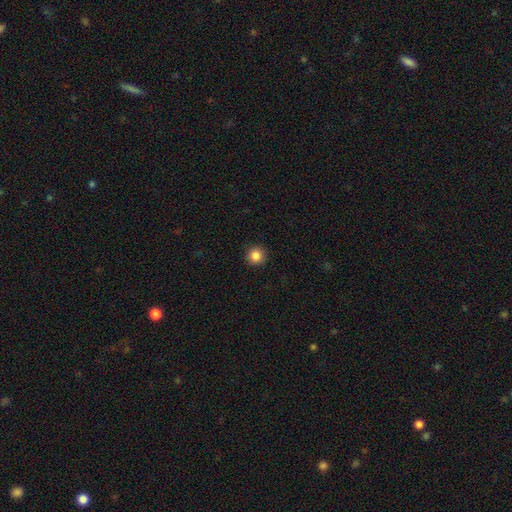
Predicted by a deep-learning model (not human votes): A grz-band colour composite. It shows a smooth galaxy with no disk features (86%) that is round (95%). Merging: none (93%).